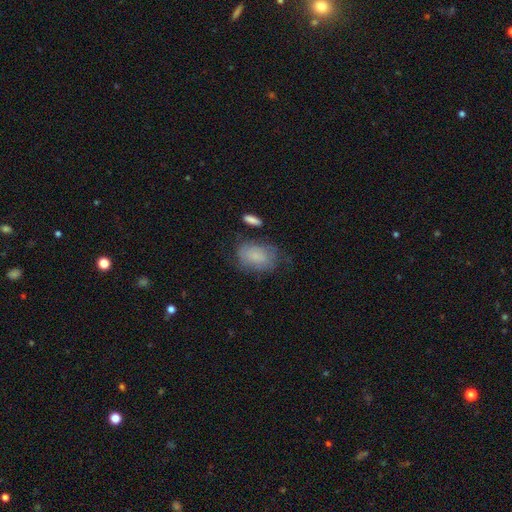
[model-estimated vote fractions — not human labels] smooth_or_featured: smooth (p=0.70) [alt: featured or disk p=0.21]
how_rounded: in between (p=0.82) [alt: round p=0.16]
merging: none (p=0.57) [alt: minor disturbance p=0.25]